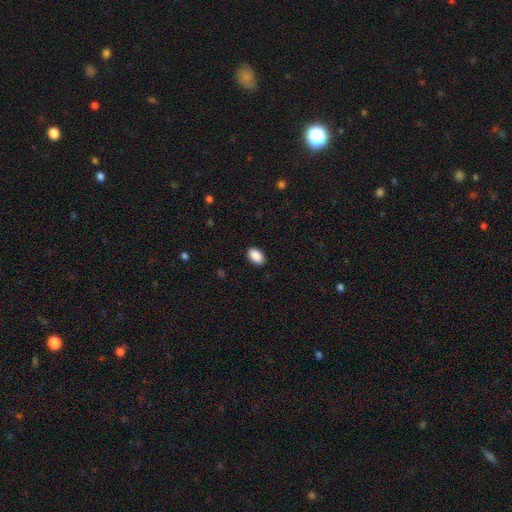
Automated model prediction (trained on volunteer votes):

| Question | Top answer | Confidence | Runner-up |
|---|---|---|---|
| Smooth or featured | smooth | 90% | star or artifact (7%) |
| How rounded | in between | 91% | round (8%) |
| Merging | none | 89% | minor disturbance (8%) |